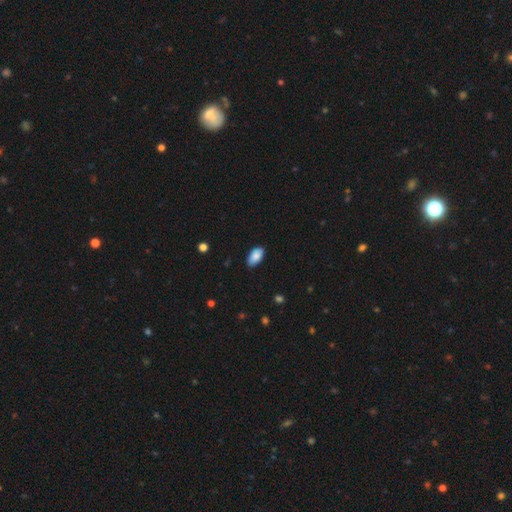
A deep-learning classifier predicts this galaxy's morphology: Smooth or featured: smooth — 88% (star or artifact — 7%)
How rounded: in between — 95% (round — 3%)
Merging: none — 87% (minor disturbance — 10%)